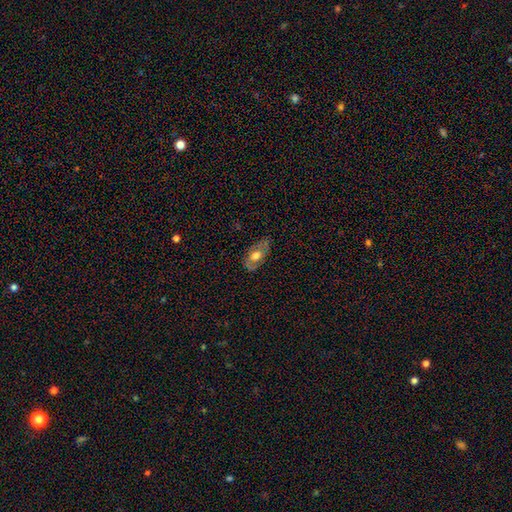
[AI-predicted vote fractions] This is possibly a smooth galaxy (52%). How rounded: clearly in between (90%). Merging: likely none (70%).